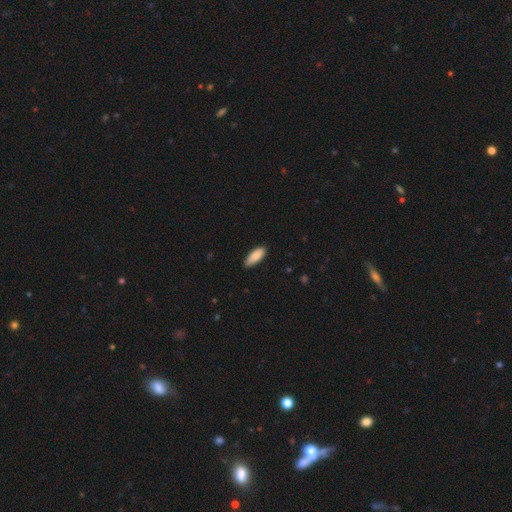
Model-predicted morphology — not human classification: This appears to be a smooth galaxy with no disk features (87%) that is in between round and cigar-shaped (75%). Merging: none (85%).